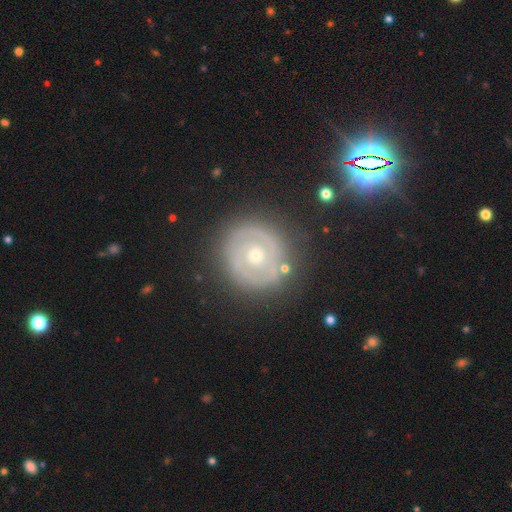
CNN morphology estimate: This appears to be a featured or disk galaxy (73%) with no bar (81%), spiral arms (62%) and a small central bulge (54%). Merging: none (80%).